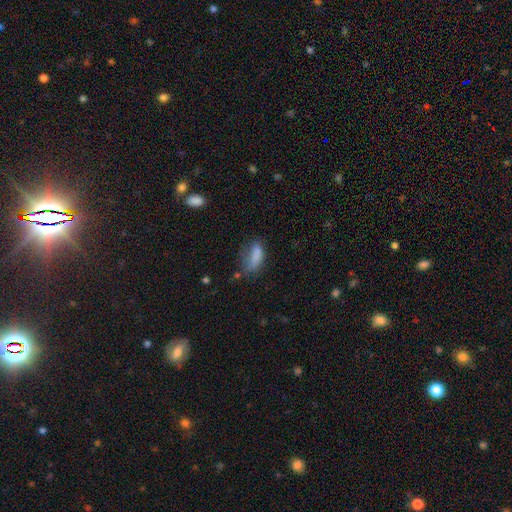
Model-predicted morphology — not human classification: Smooth or featured?
  - smooth: 80% *
  - featured or disk: 10%
  - star or artifact: 10%
How rounded?
  - in between: 74% *
  - cigar-shaped: 23%
  - round: 3%
Merging?
  - none: 41% *
  - minor disturbance: 31%
  - major disturbance: 23%
  - merger: 4%